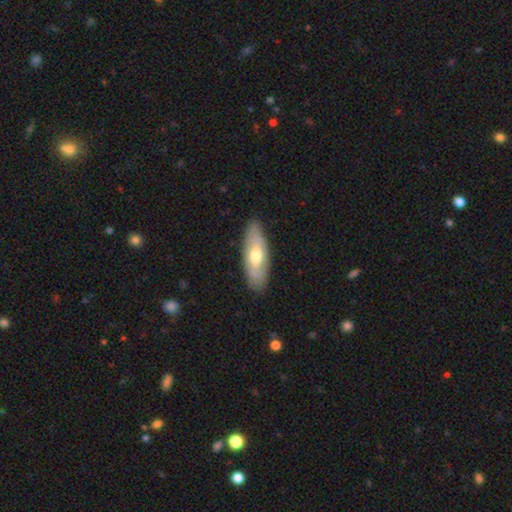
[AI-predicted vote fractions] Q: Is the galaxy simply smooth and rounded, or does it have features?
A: smooth — 50%.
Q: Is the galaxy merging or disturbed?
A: none — 82%.